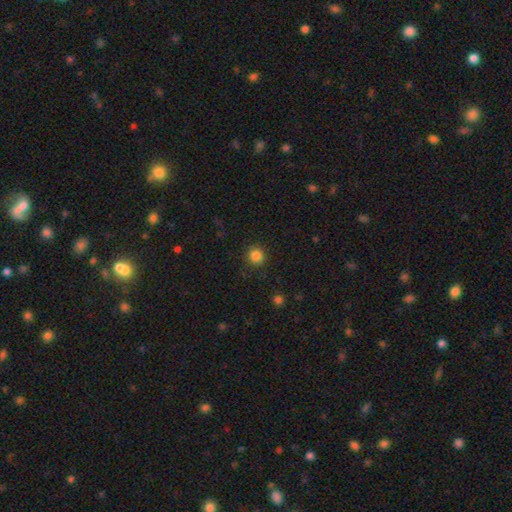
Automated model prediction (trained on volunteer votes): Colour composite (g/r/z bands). It shows a smooth galaxy with no disk features (85%) that is round (93%). Merging: none (90%).